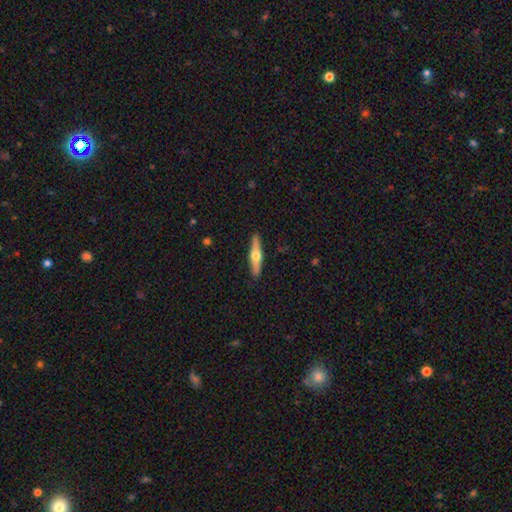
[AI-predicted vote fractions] A featured or disk galaxy (57%) viewed edge-on (94%) with a rounded central bulge (95%).

Vote fractions:
- Smooth or featured? featured or disk: 57% / smooth: 37% / star or artifact: 5%
- Edge-on disk? yes: 94% / no: 6%
- Edge-on bulge? rounded: 95% / none: 3% / boxy: 2%
- Merging? none: 91% / minor disturbance: 7% / major disturbance: 2% / merger: 1%